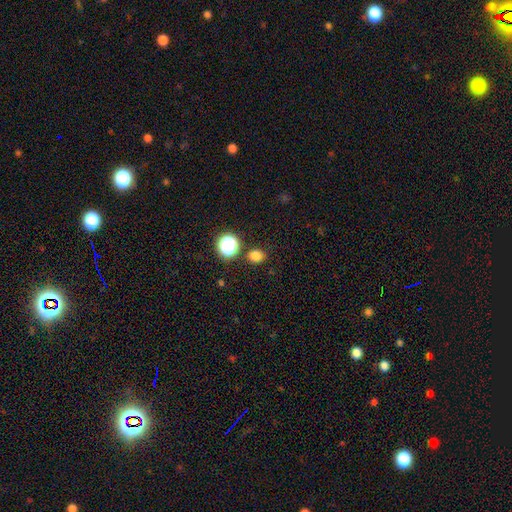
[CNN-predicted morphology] Smooth or featured: smooth — 79% (star or artifact — 16%)
How rounded: round — 73% (in between — 26%)
Merging: none — 85% (minor disturbance — 8%)